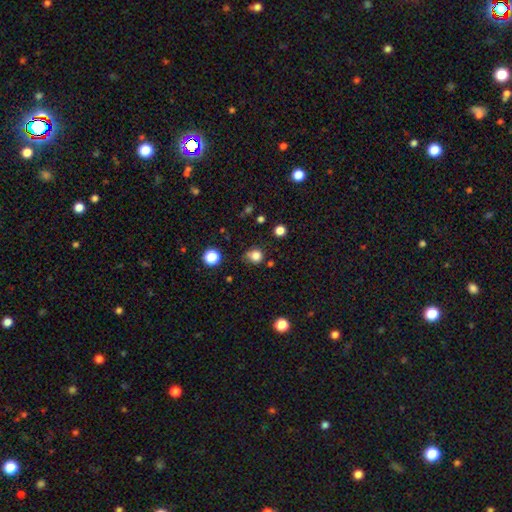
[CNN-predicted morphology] type=smooth (81%); roundness=round (86%); merging=none (66%).